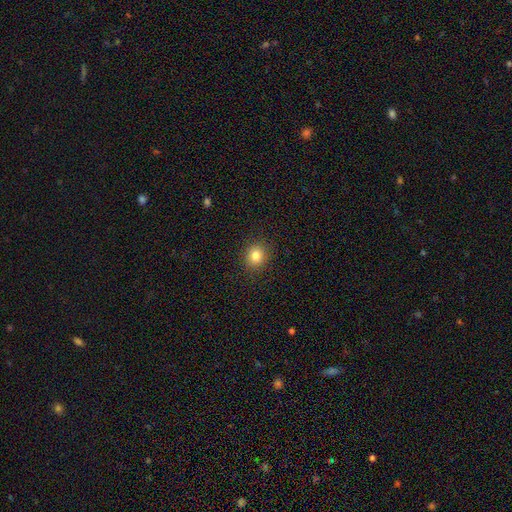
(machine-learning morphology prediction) The model was most divided on "how rounded": round: 78%, in between: 21%, cigar-shaped: 1%. More confident: merging — none (90%); smooth or featured — smooth (83%).